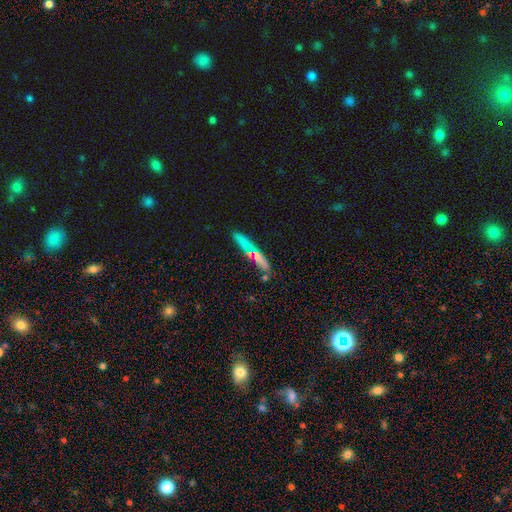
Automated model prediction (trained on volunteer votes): smooth 64%, featured or disk 26%, star or artifact 10%. Down the decision tree: how rounded — cigar-shaped (90%); merging — none (77%).